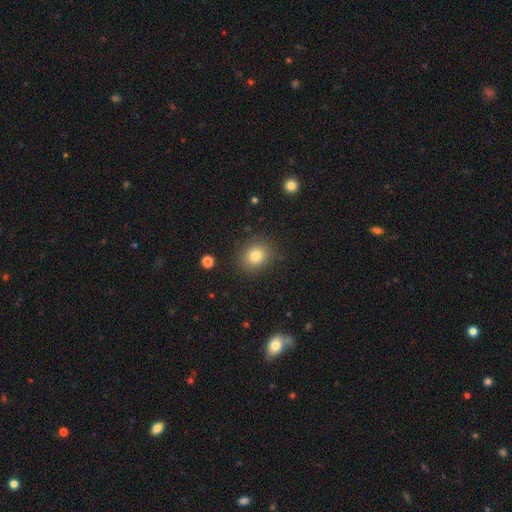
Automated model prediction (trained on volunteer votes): This is clearly a smooth galaxy (80%). How rounded: likely round (66%). Merging: clearly none (85%).